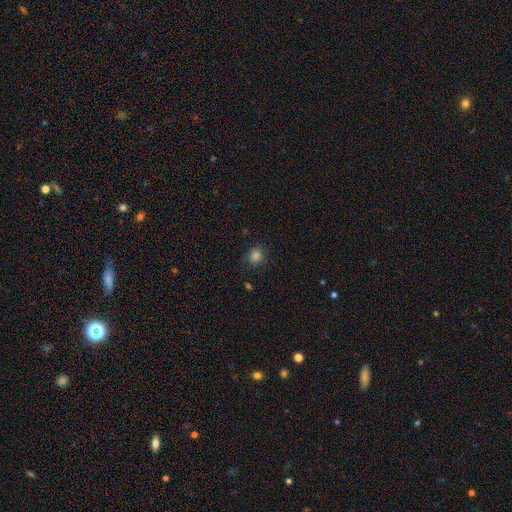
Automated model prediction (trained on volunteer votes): A smooth galaxy with no disk features (80%) that is round (73%).

Vote fractions:
- Smooth or featured? smooth: 80% / star or artifact: 14% / featured or disk: 6%
- How rounded? round: 73% / in between: 26% / cigar-shaped: 1%
- Merging? none: 80% / minor disturbance: 15% / major disturbance: 4% / merger: 1%